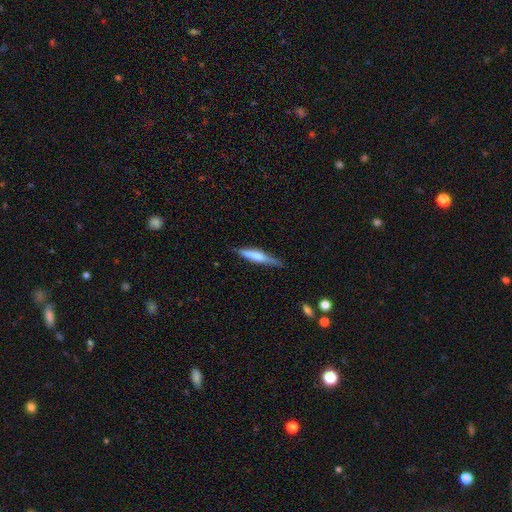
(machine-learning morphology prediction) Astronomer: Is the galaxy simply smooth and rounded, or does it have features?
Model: smooth — 58% (runner-up: featured or disk, 36%).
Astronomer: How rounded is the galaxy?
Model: cigar-shaped — 88%.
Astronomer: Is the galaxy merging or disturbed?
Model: none — 79%.